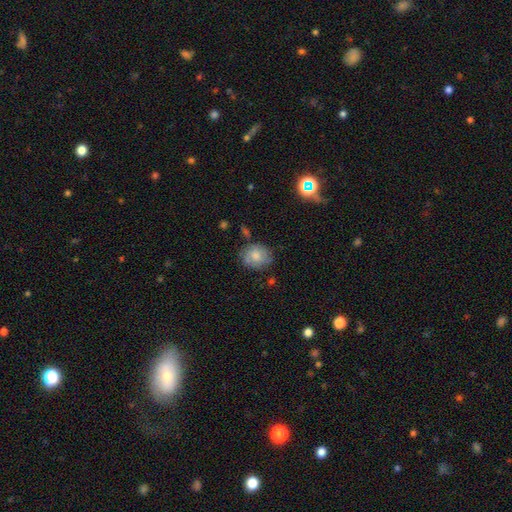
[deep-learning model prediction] Smooth or featured? smooth (65%)
How rounded? round (58%)
Merging? none (66%)